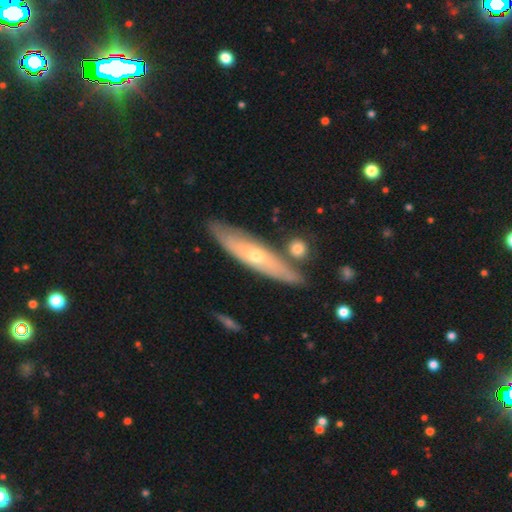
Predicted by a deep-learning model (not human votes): Smooth or featured? Predicted: featured or disk (p=0.61). Edge-on disk? Predicted: yes (p=0.57). Merging? Predicted: none (p=0.79).